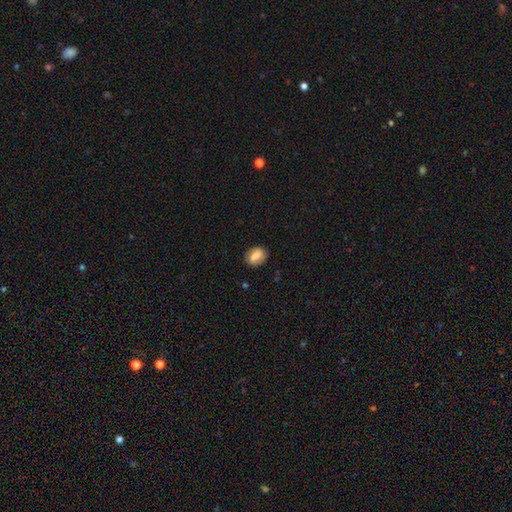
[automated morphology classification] The model was most divided on "how rounded": in between: 60%, round: 38%, cigar-shaped: 2%. More confident: merging — none (79%); smooth or featured — smooth (77%).